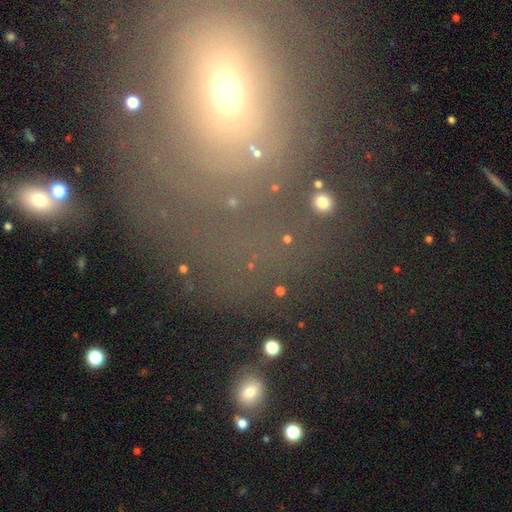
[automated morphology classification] Smooth or featured?
  - smooth: 41% *
  - star or artifact: 31%
  - featured or disk: 28%
Merging?
  - none: 56% *
  - major disturbance: 21%
  - minor disturbance: 16%
  - merger: 7%